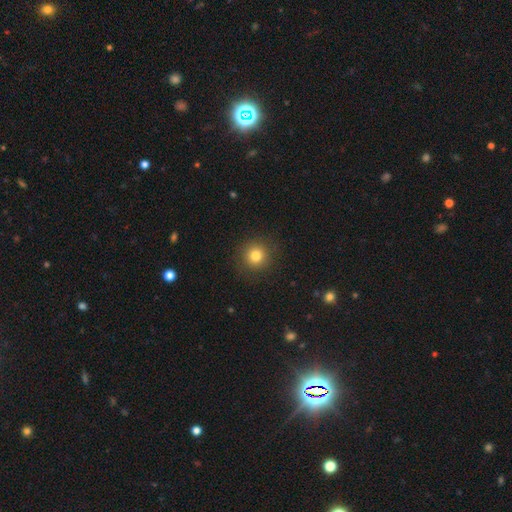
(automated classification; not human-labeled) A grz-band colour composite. It shows a smooth galaxy with no disk features (80%) that is round (93%). Merging: none (90%).